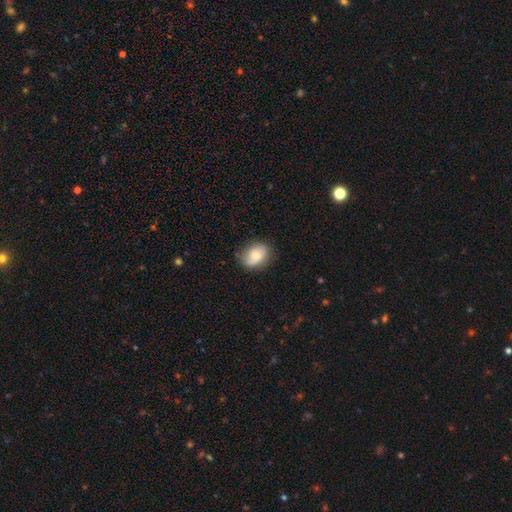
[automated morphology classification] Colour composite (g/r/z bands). It shows a smooth galaxy with no disk features (69%) that is in between round and cigar-shaped (64%). Merging: none (74%).